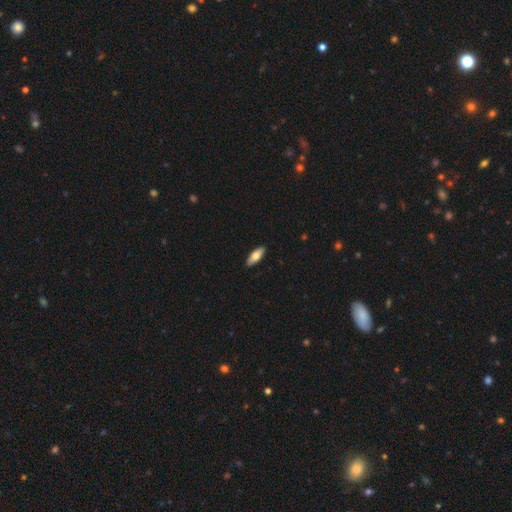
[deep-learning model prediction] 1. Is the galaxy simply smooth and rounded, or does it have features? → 74% smooth, 21% featured or disk, 6% star or artifact.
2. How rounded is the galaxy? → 71% in between, 27% cigar-shaped, 2% round.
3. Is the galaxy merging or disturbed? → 90% none, 7% minor disturbance, 1% major disturbance, 1% merger.